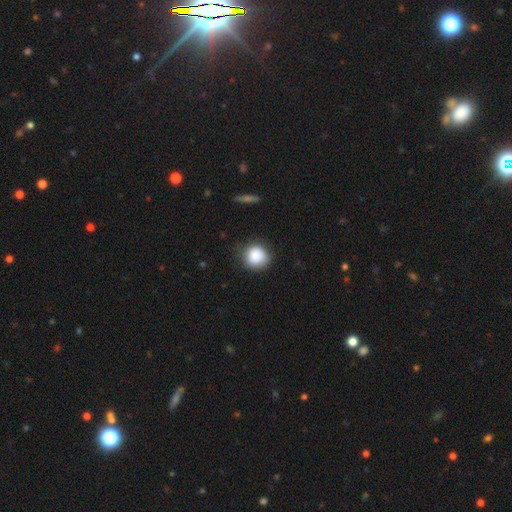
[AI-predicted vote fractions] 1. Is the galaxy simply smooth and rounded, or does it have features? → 86% smooth, 8% star or artifact, 5% featured or disk.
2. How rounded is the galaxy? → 89% round, 10% in between, 1% cigar-shaped.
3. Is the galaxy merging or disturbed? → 77% none, 17% minor disturbance, 4% major disturbance, 2% merger.